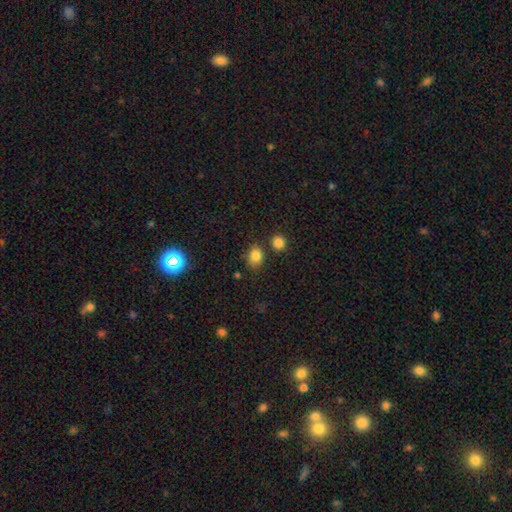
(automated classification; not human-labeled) smooth 82%, star or artifact 12%, featured or disk 5%. Down the decision tree: how rounded — round (50%); merging — none (74%).